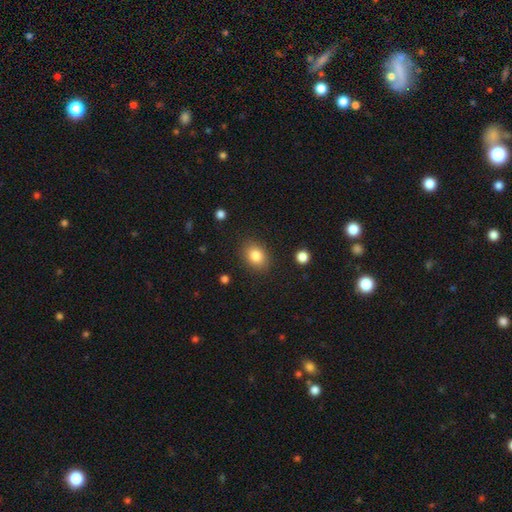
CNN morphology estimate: smooth 84%, star or artifact 9%, featured or disk 7%. Down the decision tree: how rounded — in between (63%); merging — none (86%).